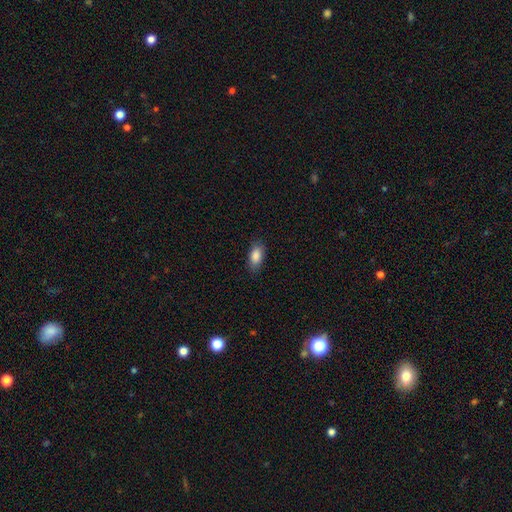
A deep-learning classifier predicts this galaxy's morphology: Smooth or featured? smooth (87%)
How rounded? in between (91%)
Merging? none (85%)